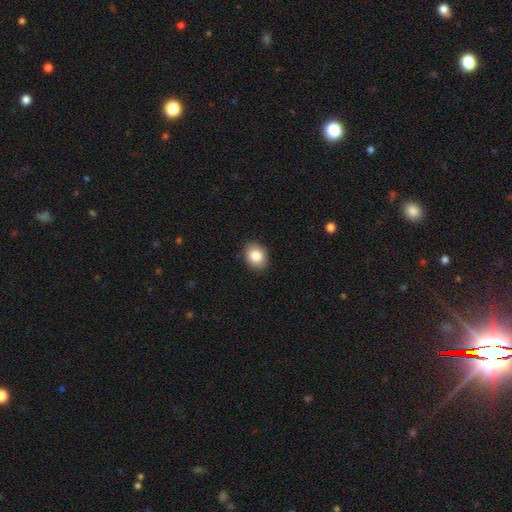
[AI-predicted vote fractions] Smooth or featured: smooth — 85% (star or artifact — 8%)
How rounded: in between — 55% (round — 44%)
Merging: none — 88% (minor disturbance — 9%)